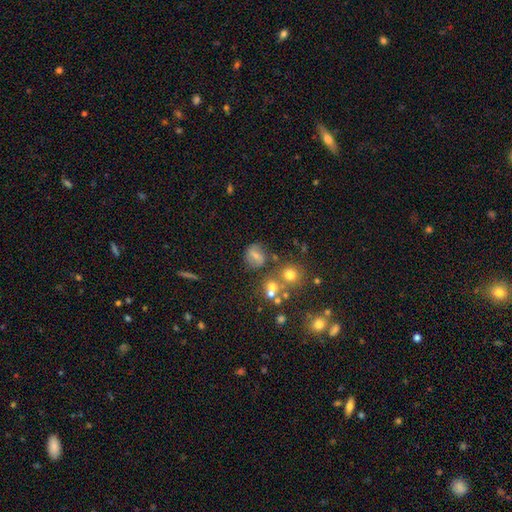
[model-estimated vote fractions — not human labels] This is possibly a smooth galaxy (52%). How rounded: likely round (61%). Merging: likely none (68%).